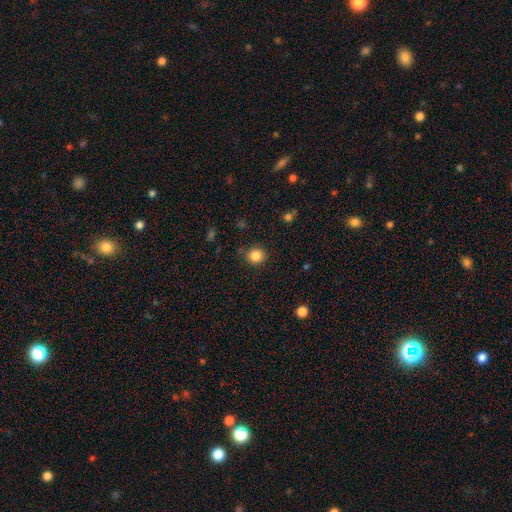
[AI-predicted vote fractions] smooth_or_featured: smooth (p=0.84) [alt: star or artifact p=0.11]
how_rounded: round (p=0.84) [alt: in between p=0.15]
merging: none (p=0.87) [alt: minor disturbance p=0.09]